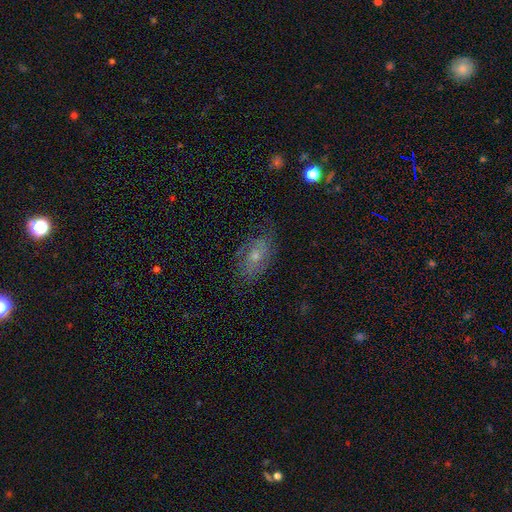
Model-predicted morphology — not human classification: This is possibly a featured or disk galaxy (50%). Merging: likely none (67%).